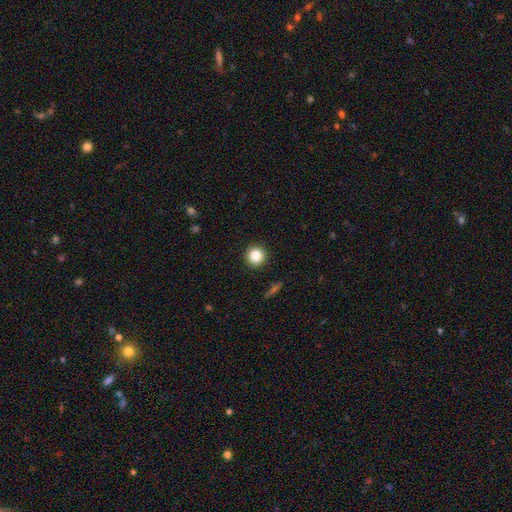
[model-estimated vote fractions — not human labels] Morphology: type=smooth (84%); roundness=round (95%); merging=none (92%).